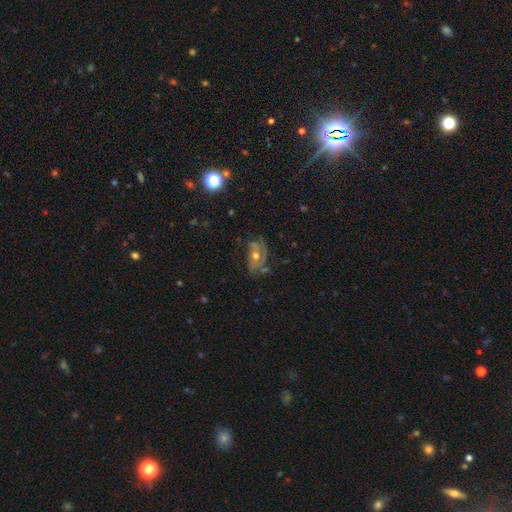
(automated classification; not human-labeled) This is likely a featured or disk galaxy (69%). It is clearly not viewed edge-on (94%). Bar: likely no (76%). Spiral arm pattern: likely yes (73%). Central bulge: likely moderate (73%). Merging: possibly none (55%).